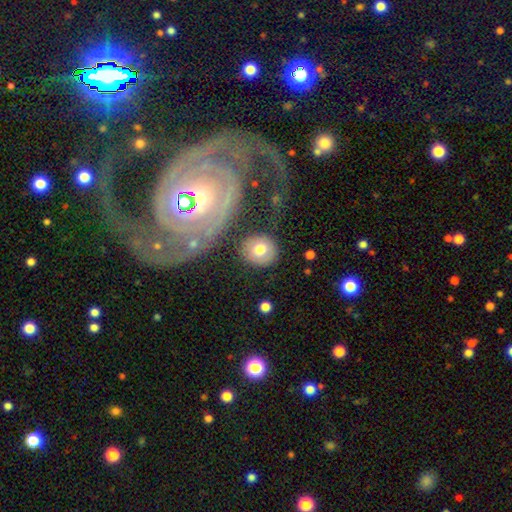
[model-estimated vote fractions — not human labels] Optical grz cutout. It shows a smooth galaxy with no disk features (68%) that is round (83%). Merging: none (78%).